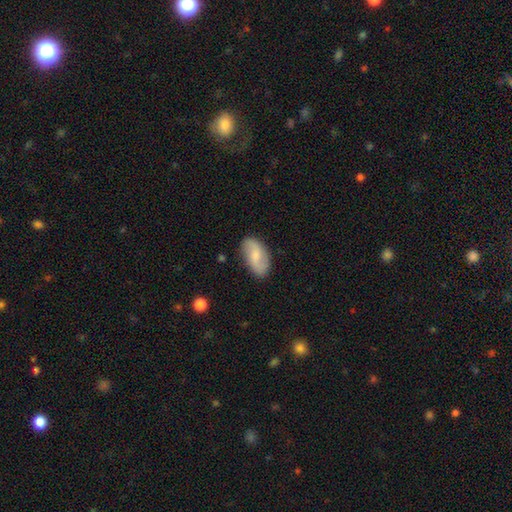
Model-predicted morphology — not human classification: Q: Smooth or featured?
A: smooth (49%); runner-up: featured or disk (44%)
Q: Merging?
A: none (82%); runner-up: minor disturbance (14%)